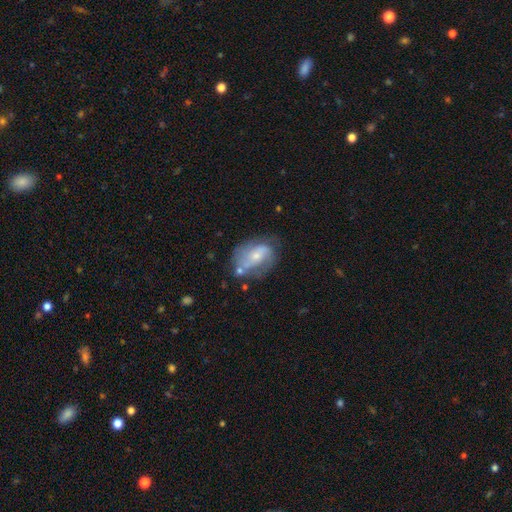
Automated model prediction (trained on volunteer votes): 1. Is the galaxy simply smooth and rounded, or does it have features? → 64% featured or disk, 28% smooth, 7% star or artifact.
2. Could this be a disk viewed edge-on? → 96% no, 4% yes.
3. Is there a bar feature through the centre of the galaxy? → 56% no, 33% weak, 11% strong.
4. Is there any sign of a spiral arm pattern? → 77% yes, 23% no.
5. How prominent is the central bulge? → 62% small, 31% moderate, 3% none, 2% large, 1% dominant.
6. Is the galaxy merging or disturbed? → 50% none, 25% minor disturbance, 15% major disturbance, 10% merger.